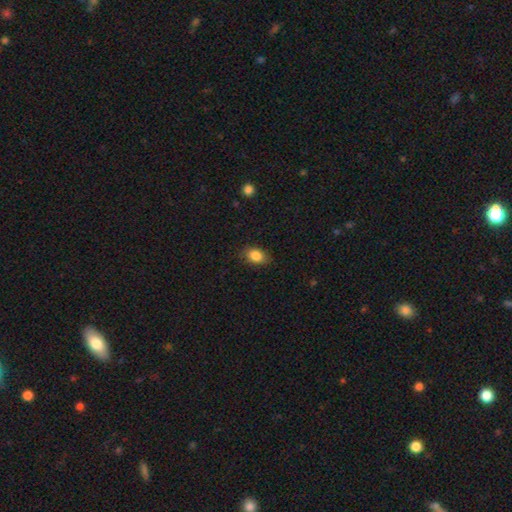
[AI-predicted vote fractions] Smooth or featured? Predicted: smooth (p=0.85). How rounded? Predicted: in between (p=0.78). Merging? Predicted: none (p=0.84).